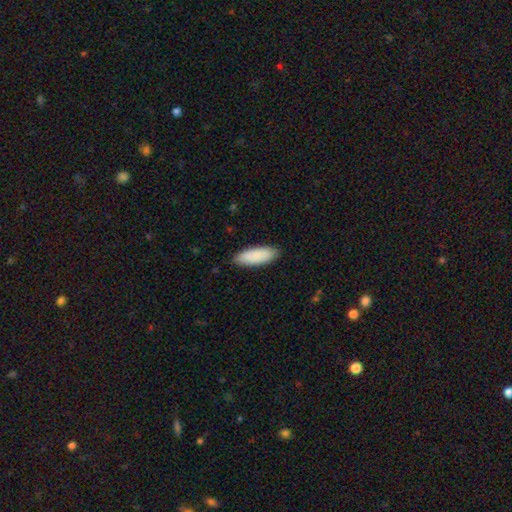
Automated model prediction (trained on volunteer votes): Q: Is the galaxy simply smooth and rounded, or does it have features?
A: smooth — 88%.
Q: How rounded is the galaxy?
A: in between — 70%.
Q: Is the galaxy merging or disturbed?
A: none — 86%.